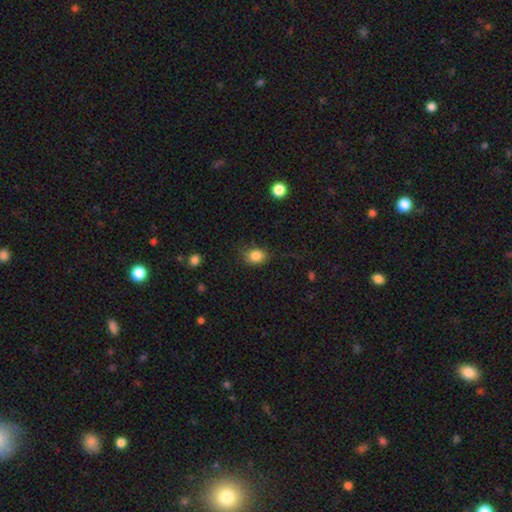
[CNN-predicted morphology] Overall: smooth (84%). How rounded: in between (53%; round 46%). Merging: none (70%).